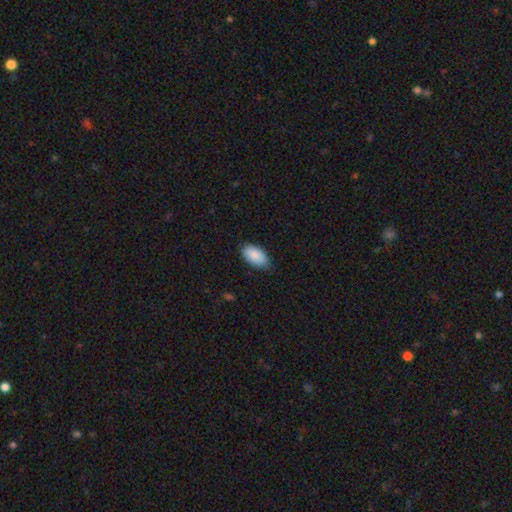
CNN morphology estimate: Overall: smooth (89%). How rounded: in between (95%). Merging: none (74%).